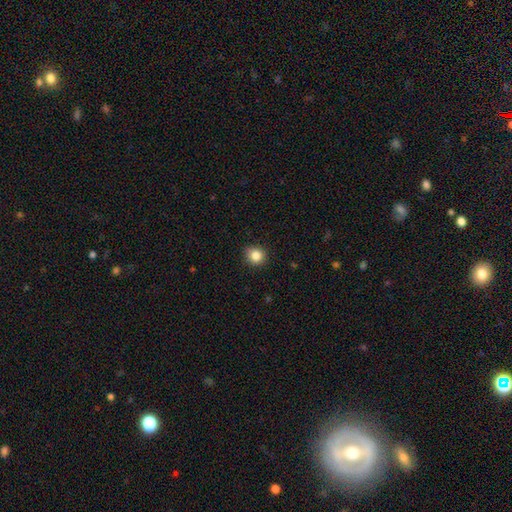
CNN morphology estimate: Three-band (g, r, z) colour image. It shows a smooth galaxy with no disk features (84%) that is round (88%). Merging: none (89%).